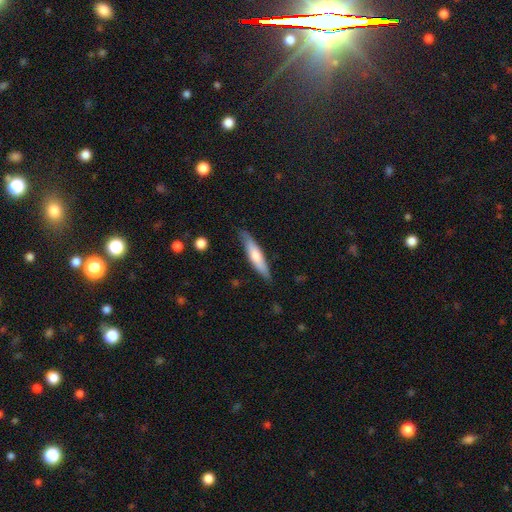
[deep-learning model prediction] A smooth galaxy with no disk features (60%) that is cigar-shaped (84%). Merging: none (84%).